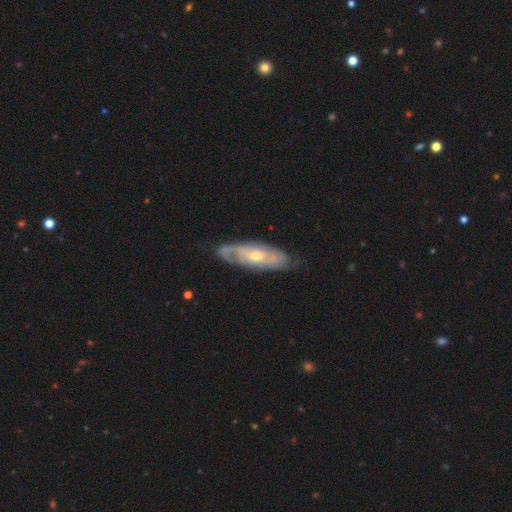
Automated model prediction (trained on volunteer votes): A featured or disk galaxy (78%) with no bar (67%), tight (57%) spiral arms (87%) and a moderate central bulge (58%).

Vote fractions:
- Smooth or featured? featured or disk: 78% / smooth: 17% / star or artifact: 5%
- Edge-on disk? no: 82% / yes: 18%
- Bar? no: 67% / weak: 27% / strong: 6%
- Spiral arms? yes: 87% / no: 13%
- Spiral winding? tight: 57% / medium: 32% / loose: 10%
- Spiral arm count? can't tell: 43% / 2: 37% / 3: 8% / 1: 7% / 4: 3% / more than 4: 2%
- Bulge size? moderate: 58% / small: 37% / large: 3% / none: 1% / dominant: 1%
- Merging? none: 73% / minor disturbance: 20% / major disturbance: 6% / merger: 1%